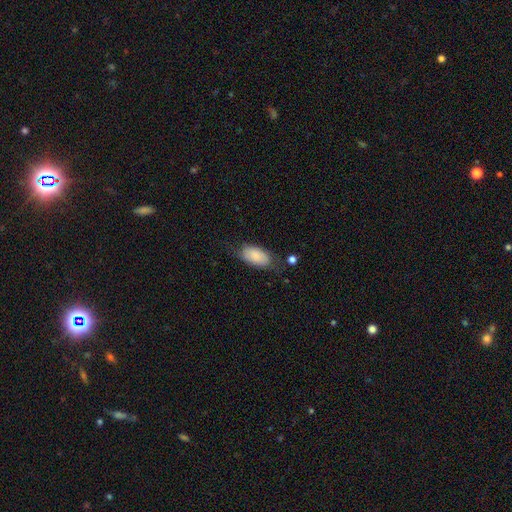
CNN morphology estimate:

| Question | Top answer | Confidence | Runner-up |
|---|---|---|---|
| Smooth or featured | smooth | 83% | featured or disk (10%) |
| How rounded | in between | 93% | cigar-shaped (4%) |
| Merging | none | 60% | minor disturbance (28%) |